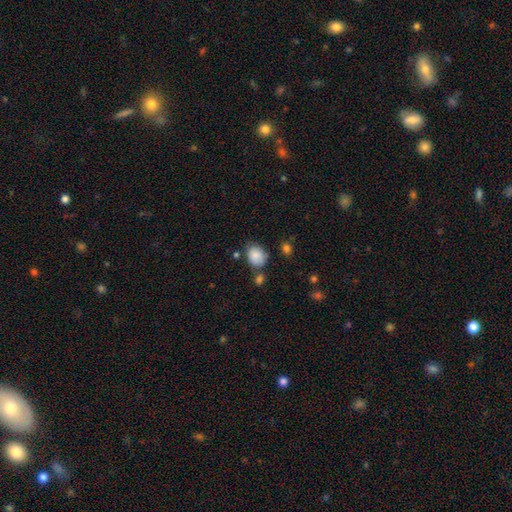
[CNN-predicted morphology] This is clearly a smooth galaxy (84%). How rounded: possibly in between (55%). Merging: possibly none (59%).